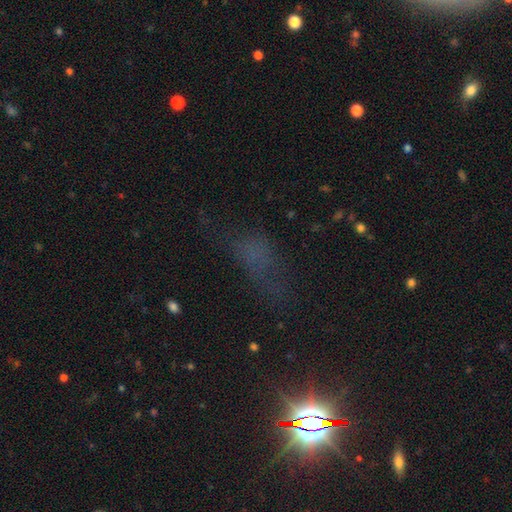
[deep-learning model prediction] Morphology: type=star or artifact (48%).